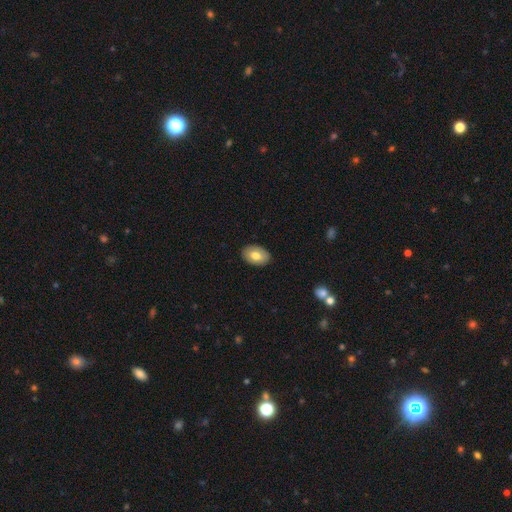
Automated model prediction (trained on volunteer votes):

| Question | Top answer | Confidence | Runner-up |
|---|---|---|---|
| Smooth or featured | smooth | 73% | featured or disk (20%) |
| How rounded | in between | 86% | round (13%) |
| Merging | none | 89% | minor disturbance (9%) |